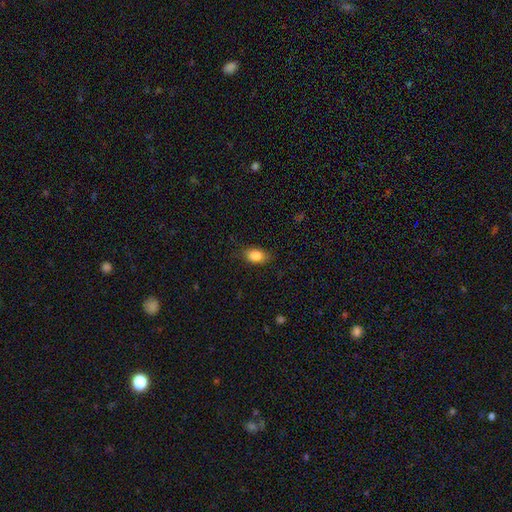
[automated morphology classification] Smooth or featured: smooth — 86% (star or artifact — 8%)
How rounded: in between — 85% (round — 12%)
Merging: none — 79% (minor disturbance — 16%)